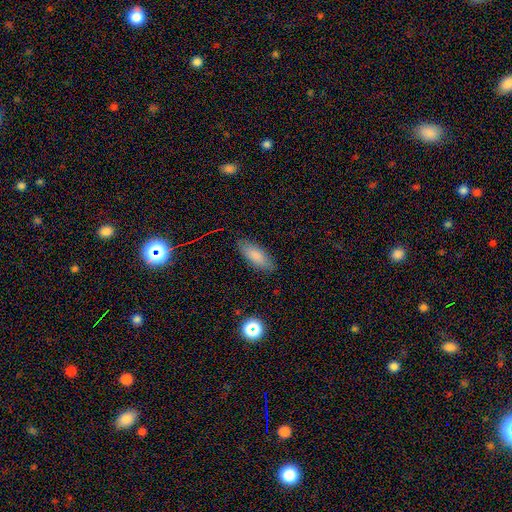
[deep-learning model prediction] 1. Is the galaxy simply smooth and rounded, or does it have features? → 82% smooth, 11% featured or disk, 7% star or artifact.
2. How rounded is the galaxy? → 78% in between, 20% cigar-shaped, 2% round.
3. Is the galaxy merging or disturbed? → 84% none, 12% minor disturbance, 3% major disturbance, 1% merger.